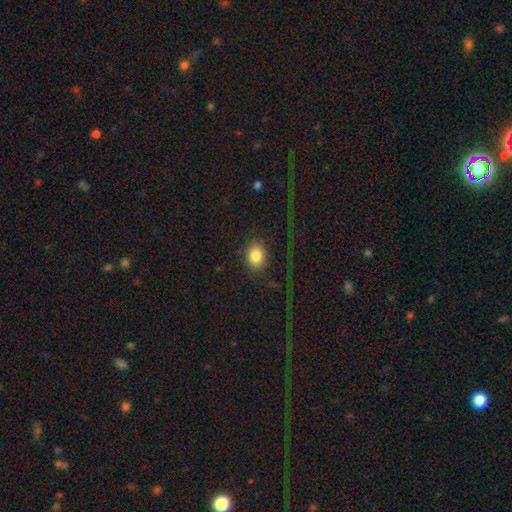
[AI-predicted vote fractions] Q: Smooth or featured?
A: smooth (82%); runner-up: star or artifact (9%)
Q: How rounded?
A: in between (60%); runner-up: round (38%)
Q: Merging?
A: none (79%); runner-up: major disturbance (10%)